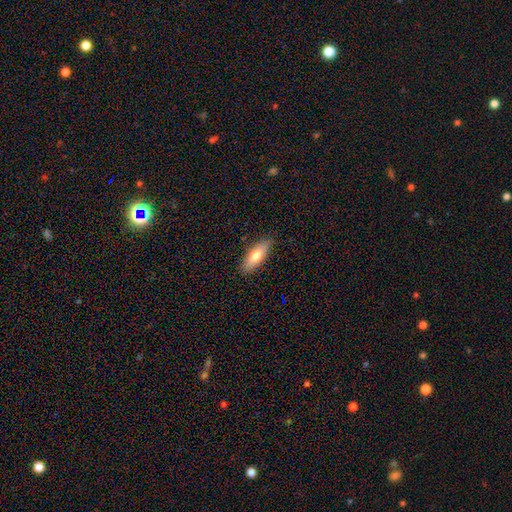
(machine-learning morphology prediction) This appears to be a smooth galaxy with no disk features (71%) that is in between round and cigar-shaped (62%). Merging: none (86%).